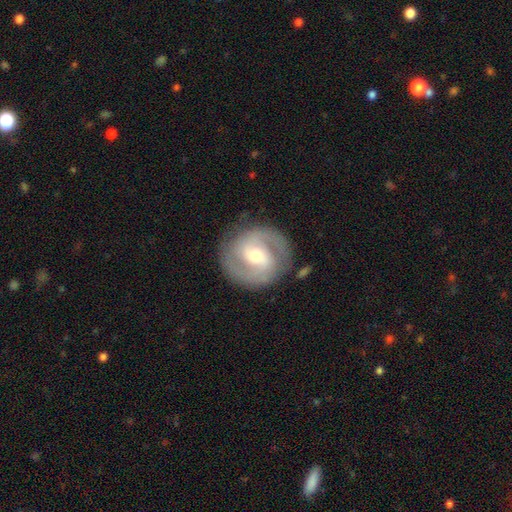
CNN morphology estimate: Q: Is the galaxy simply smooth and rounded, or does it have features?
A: featured or disk — 84%.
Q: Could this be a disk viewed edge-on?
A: no — 98%.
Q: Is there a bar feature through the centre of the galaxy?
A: weak — 49%.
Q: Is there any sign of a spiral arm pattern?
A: yes — 95%.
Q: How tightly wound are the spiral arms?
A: medium — 48%.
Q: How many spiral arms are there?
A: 2 — 87%.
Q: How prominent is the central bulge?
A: moderate — 64%.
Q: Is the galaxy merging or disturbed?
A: none — 84%.